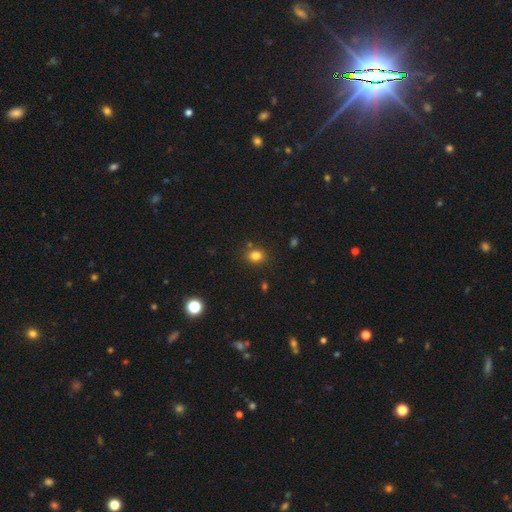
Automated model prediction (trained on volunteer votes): Morphology: type=smooth (80%); roundness=round (54%); merging=none (81%).